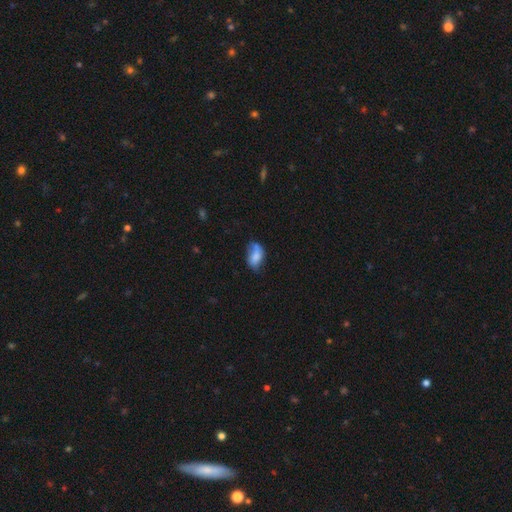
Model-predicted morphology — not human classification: smooth_or_featured: smooth (p=0.69) [alt: featured or disk p=0.21]
how_rounded: in between (p=0.88) [alt: round p=0.09]
merging: none (p=0.37) [alt: minor disturbance p=0.35]